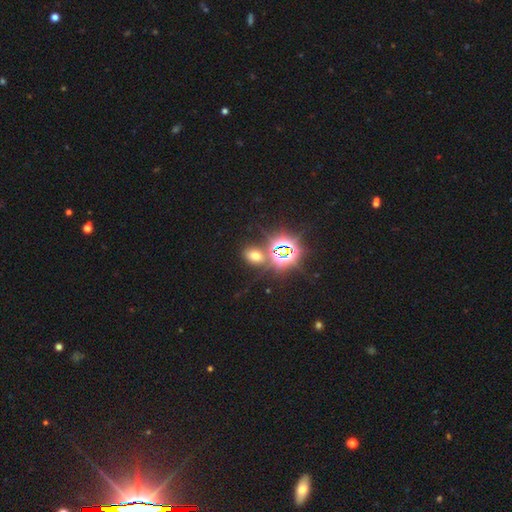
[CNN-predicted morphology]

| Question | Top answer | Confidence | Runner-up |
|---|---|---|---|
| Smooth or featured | smooth | 50% | star or artifact (41%) |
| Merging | none | 74% | minor disturbance (11%) |